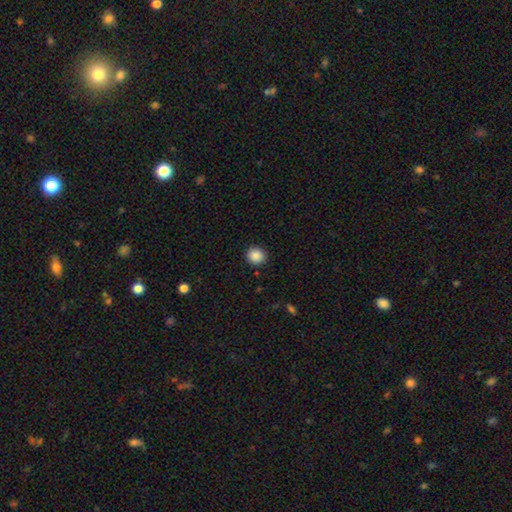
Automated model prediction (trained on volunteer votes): Overall: smooth (87%). How rounded: round (87%). Merging: none (90%).